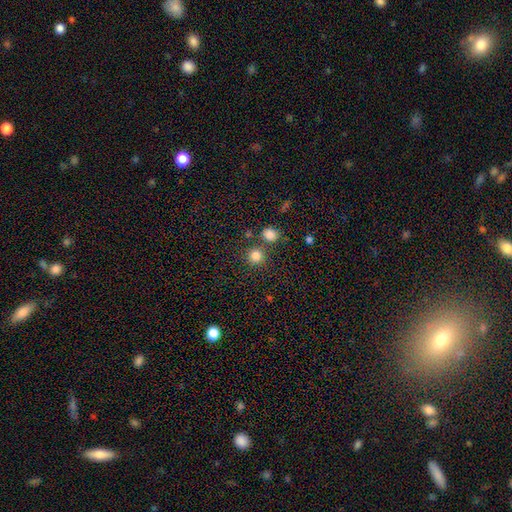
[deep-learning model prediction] Overall: smooth (82%). How rounded: round (92%). Merging: none (77%).